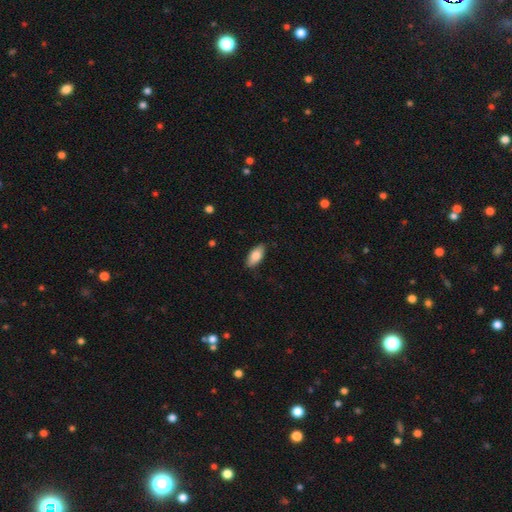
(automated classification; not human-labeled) Smooth or featured: smooth — 83% (featured or disk — 11%)
How rounded: in between — 88% (cigar-shaped — 10%)
Merging: none — 85% (minor disturbance — 12%)